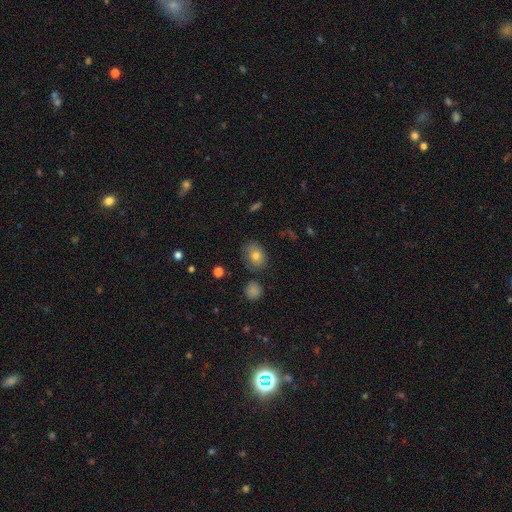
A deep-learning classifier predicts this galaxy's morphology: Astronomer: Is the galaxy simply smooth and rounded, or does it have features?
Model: smooth — 76%.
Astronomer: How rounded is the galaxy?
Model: in between — 55% (runner-up: round, 43%).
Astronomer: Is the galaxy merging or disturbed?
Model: none — 75%.